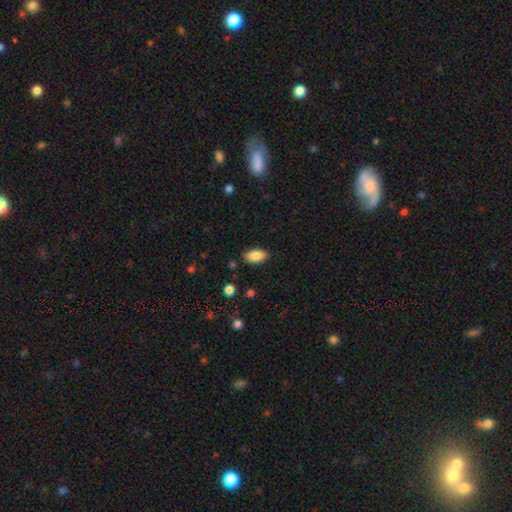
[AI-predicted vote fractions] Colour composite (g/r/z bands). It shows a smooth galaxy with no disk features (86%) that is in between round and cigar-shaped (92%). Merging: none (86%).